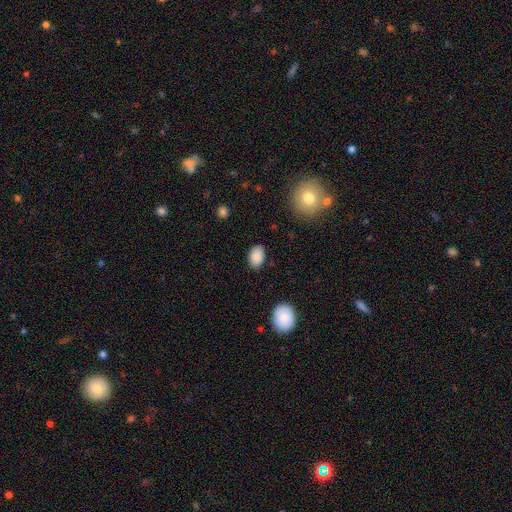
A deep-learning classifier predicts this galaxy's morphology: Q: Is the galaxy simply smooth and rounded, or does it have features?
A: smooth — 87%.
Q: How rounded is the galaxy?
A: in between — 87%.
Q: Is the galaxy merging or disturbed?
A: none — 85%.